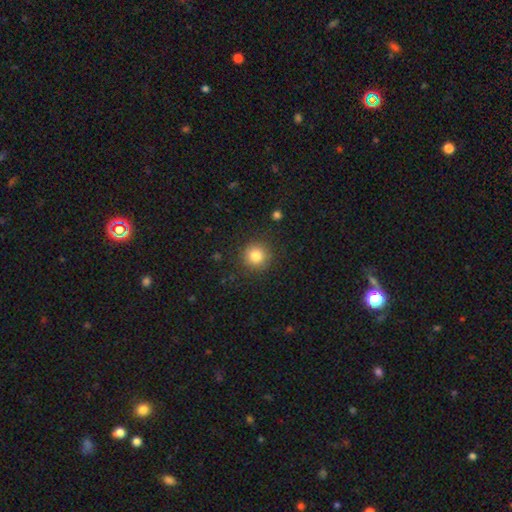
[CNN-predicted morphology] This is clearly a smooth galaxy (83%). How rounded: clearly round (93%). Merging: clearly none (89%).